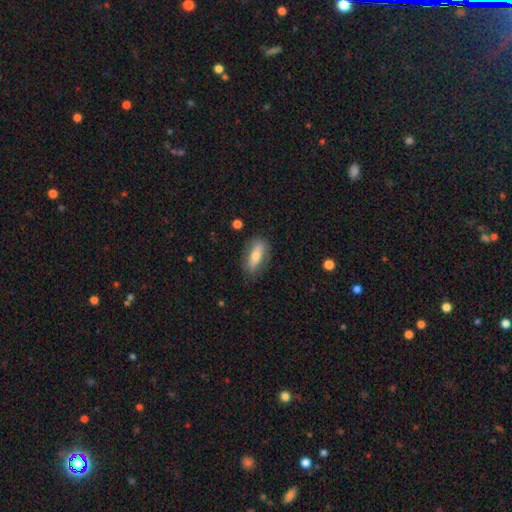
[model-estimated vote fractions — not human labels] Smooth or featured?
  - smooth: 59% *
  - featured or disk: 34%
  - star or artifact: 7%
How rounded?
  - in between: 68% *
  - cigar-shaped: 28%
  - round: 4%
Merging?
  - none: 78% *
  - minor disturbance: 15%
  - major disturbance: 5%
  - merger: 2%